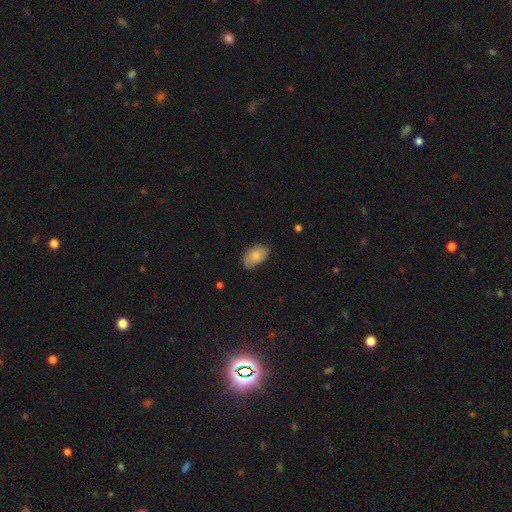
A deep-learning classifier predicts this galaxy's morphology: smooth 77%, featured or disk 16%, star or artifact 7%. Down the decision tree: how rounded — in between (92%); merging — none (71%).